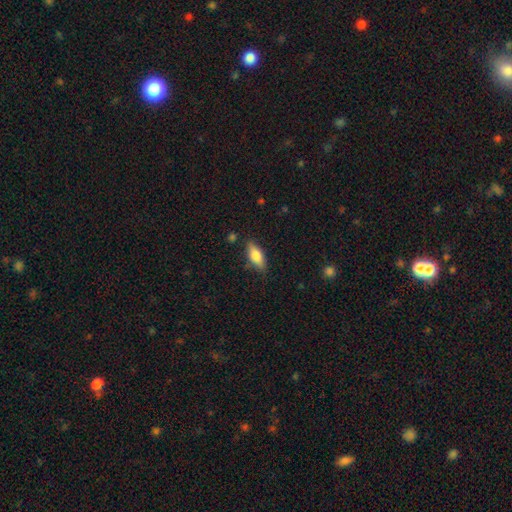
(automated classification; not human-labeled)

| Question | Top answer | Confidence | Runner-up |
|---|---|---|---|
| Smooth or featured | smooth | 71% | featured or disk (22%) |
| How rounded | in between | 74% | cigar-shaped (23%) |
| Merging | none | 82% | minor disturbance (14%) |